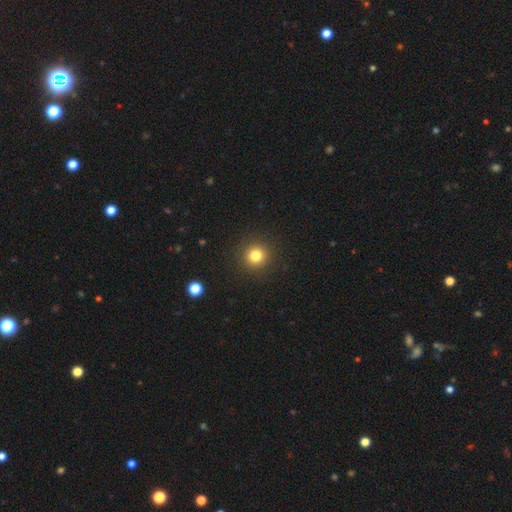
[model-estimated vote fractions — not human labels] A smooth galaxy with no disk features (81%) that is round (95%).

Vote fractions:
- Smooth or featured? smooth: 81% / star or artifact: 13% / featured or disk: 6%
- How rounded? round: 95% / in between: 4% / cigar-shaped: 1%
- Merging? none: 91% / minor disturbance: 5% / major disturbance: 2% / merger: 1%